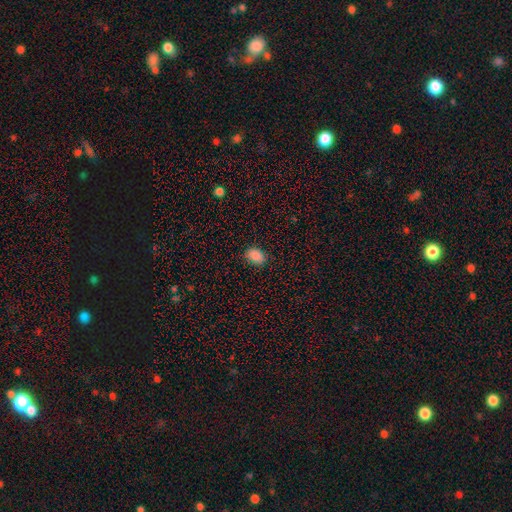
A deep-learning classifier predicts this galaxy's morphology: This appears to be a smooth galaxy with no disk features (87%) that is in between round and cigar-shaped (77%). Merging: none (85%).